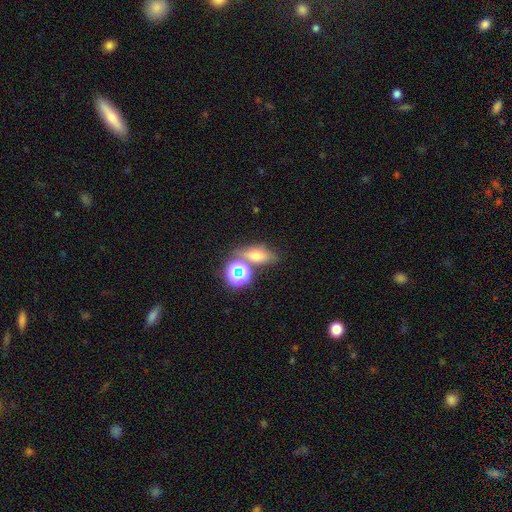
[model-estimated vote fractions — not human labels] Overall: smooth (57%; star or artifact 25%). How rounded: in between (64%; round 25%). Merging: none (59%; merger 22%).